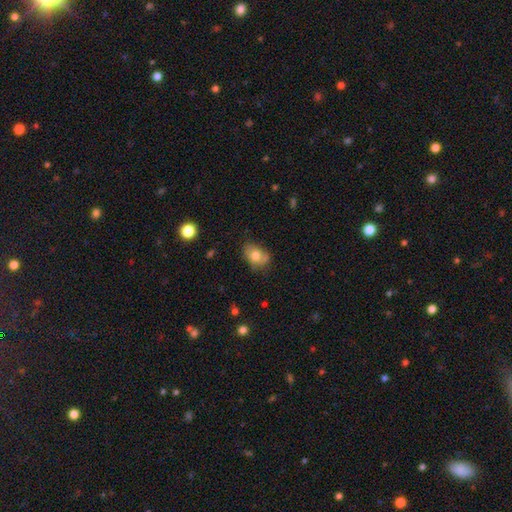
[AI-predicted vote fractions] Q: Smooth or featured?
A: smooth (73%); runner-up: featured or disk (18%)
Q: How rounded?
A: in between (75%); runner-up: round (24%)
Q: Merging?
A: none (59%); runner-up: minor disturbance (26%)